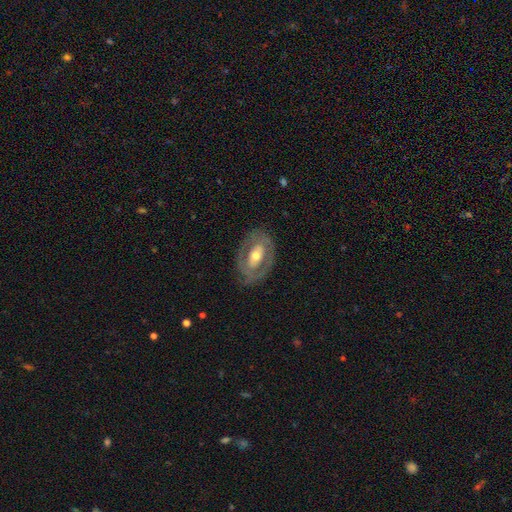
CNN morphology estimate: This is likely a featured or disk galaxy (72%). It is clearly not viewed edge-on (92%). Bar: marginally no (40%). Spiral arm pattern: possibly no (52%). Central bulge: likely moderate (64%). Merging: likely none (79%).